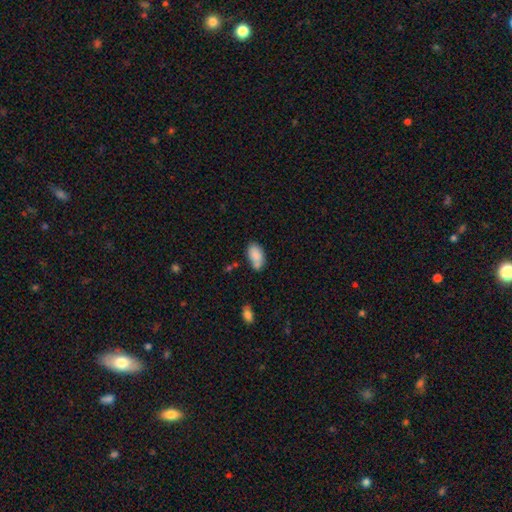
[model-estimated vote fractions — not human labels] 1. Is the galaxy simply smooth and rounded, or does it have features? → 84% smooth, 9% featured or disk, 7% star or artifact.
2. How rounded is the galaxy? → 93% in between, 5% round, 2% cigar-shaped.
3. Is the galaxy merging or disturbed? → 58% none, 23% minor disturbance, 14% merger, 5% major disturbance.